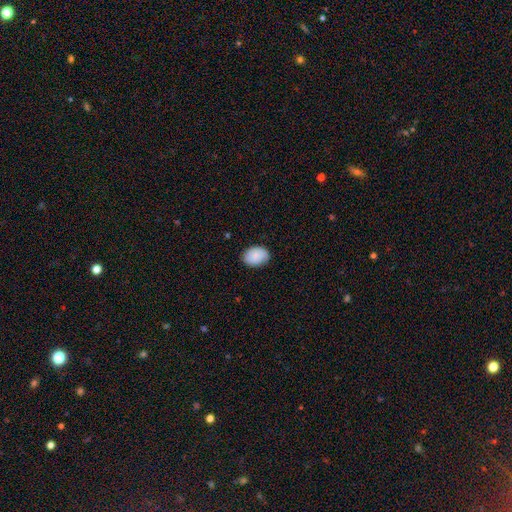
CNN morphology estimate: This appears to be a smooth galaxy with no disk features (83%) that is in between round and cigar-shaped (75%). Merging: none (82%).